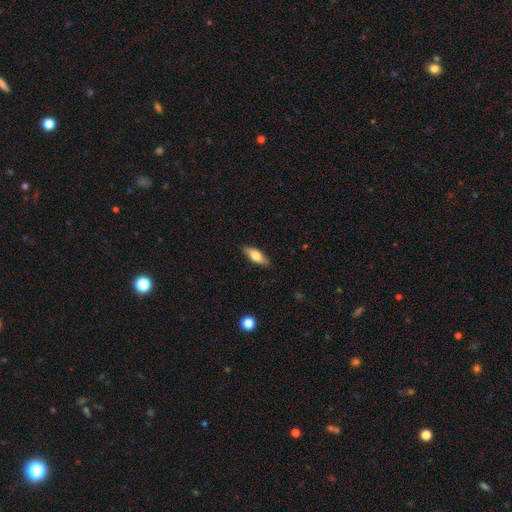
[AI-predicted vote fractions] Overall: smooth (71%). How rounded: in between (68%; cigar-shaped 29%). Merging: none (86%).